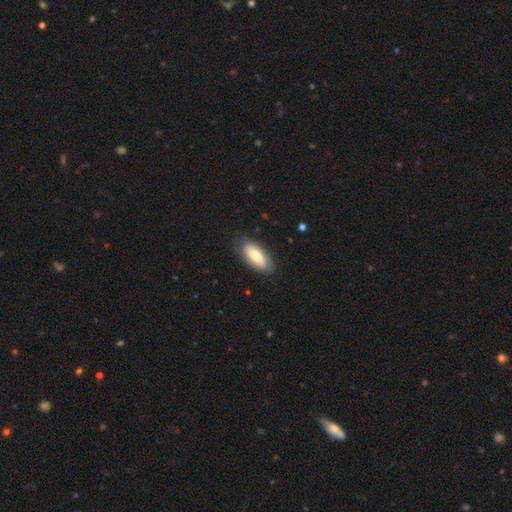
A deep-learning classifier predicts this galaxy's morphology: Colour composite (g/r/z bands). It shows a smooth galaxy with no disk features (75%) that is in between round and cigar-shaped (86%). Merging: none (81%).